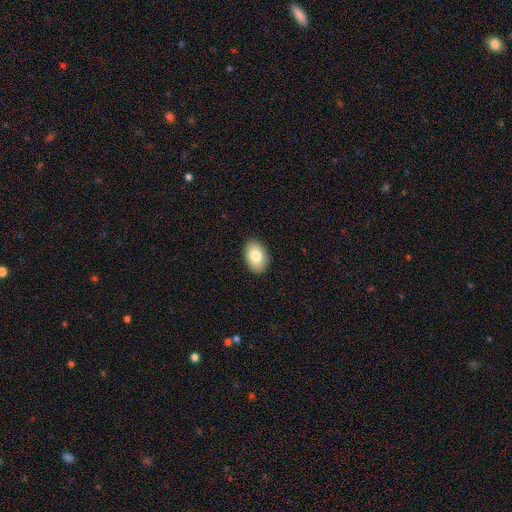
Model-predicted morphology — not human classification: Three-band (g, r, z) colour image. It shows a smooth galaxy with no disk features (81%) that is in between round and cigar-shaped (87%). Merging: none (89%).